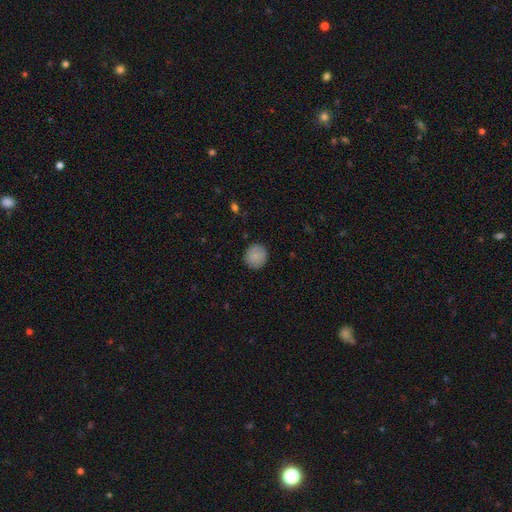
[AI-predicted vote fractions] The model was most divided on "smooth or featured": smooth: 88%, star or artifact: 7%, featured or disk: 5%. More confident: how rounded — round (92%); merging — none (89%).